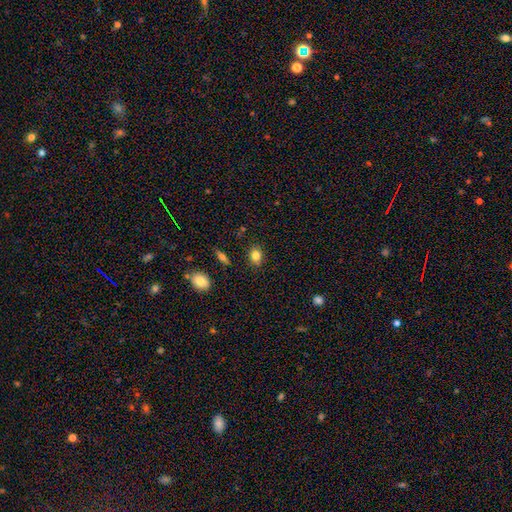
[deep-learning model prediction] Q: Smooth or featured?
A: smooth (81%); runner-up: star or artifact (10%)
Q: How rounded?
A: in between (56%); runner-up: round (43%)
Q: Merging?
A: none (86%); runner-up: minor disturbance (10%)